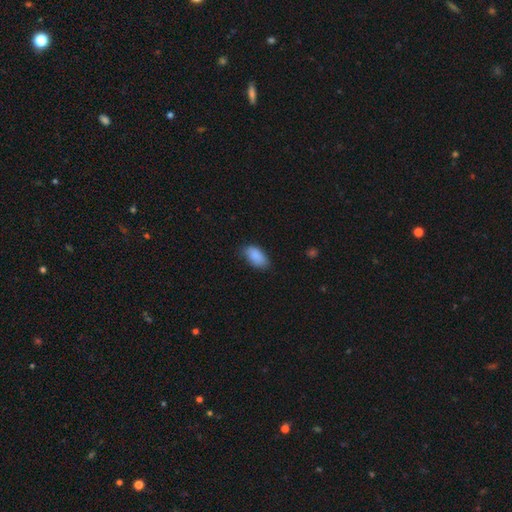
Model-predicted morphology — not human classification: smooth_or_featured: smooth (p=0.89) [alt: star or artifact p=0.07]
how_rounded: in between (p=0.93) [alt: round p=0.04]
merging: none (p=0.73) [alt: minor disturbance p=0.22]